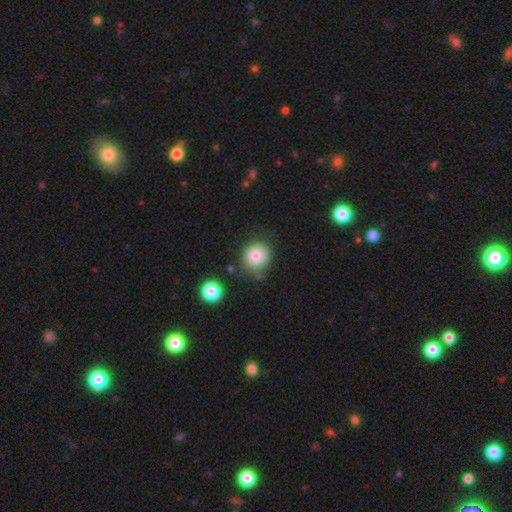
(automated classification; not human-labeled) A smooth galaxy with no disk features (80%) that is round (91%). Merging: none (77%).